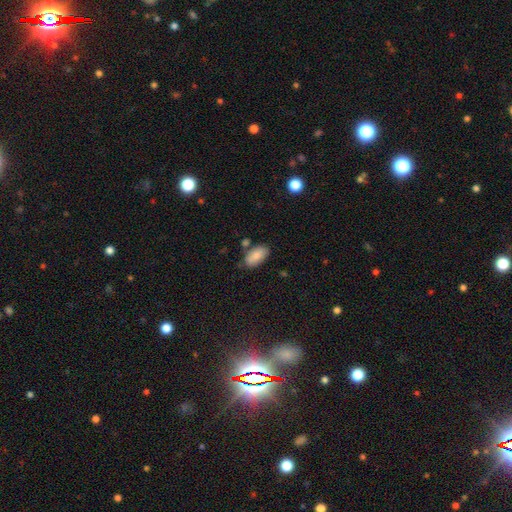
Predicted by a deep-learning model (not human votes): A smooth galaxy with no disk features (86%) that is in between round and cigar-shaped (94%).

Vote fractions:
- Smooth or featured? smooth: 86% / featured or disk: 7% / star or artifact: 7%
- How rounded? in between: 94% / cigar-shaped: 3% / round: 3%
- Merging? none: 75% / minor disturbance: 15% / merger: 7% / major disturbance: 3%